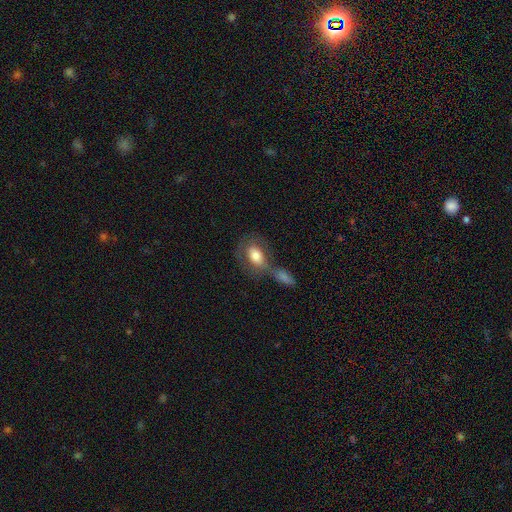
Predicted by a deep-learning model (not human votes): A smooth galaxy with no disk features (69%) that is in between round and cigar-shaped (81%). Merging: merger (41%).